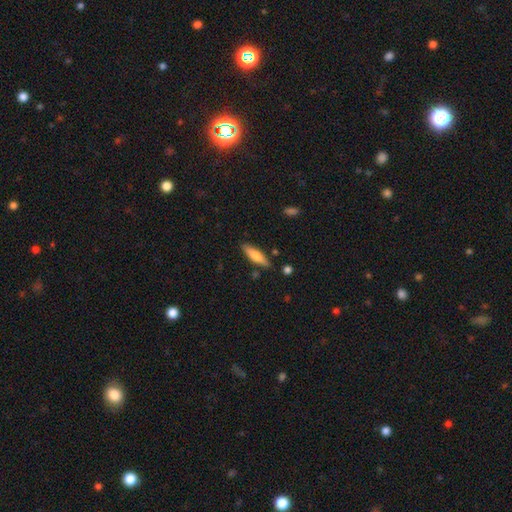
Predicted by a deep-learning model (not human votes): Overall: smooth (68%). How rounded: cigar-shaped (66%; in between 32%). Merging: none (82%).